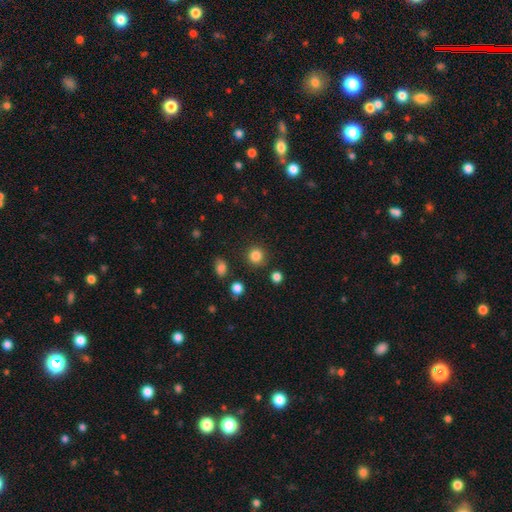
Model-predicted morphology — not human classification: smooth 84%, star or artifact 12%, featured or disk 4%. Down the decision tree: how rounded — round (93%); merging — none (88%).